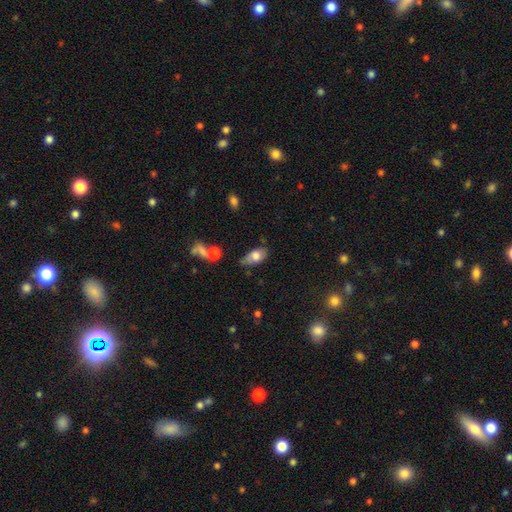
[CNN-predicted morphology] Smooth or featured? Predicted: smooth (p=0.72). How rounded? Predicted: in between (p=0.90). Merging? Predicted: none (p=0.57).